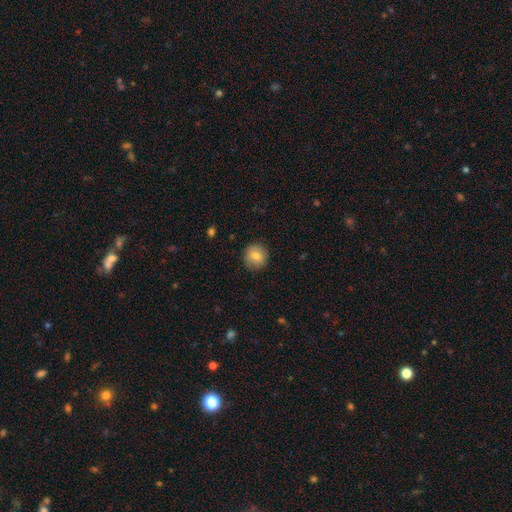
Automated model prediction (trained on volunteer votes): Smooth or featured: smooth — 81% (featured or disk — 11%)
How rounded: round — 91% (in between — 8%)
Merging: none — 88% (minor disturbance — 9%)